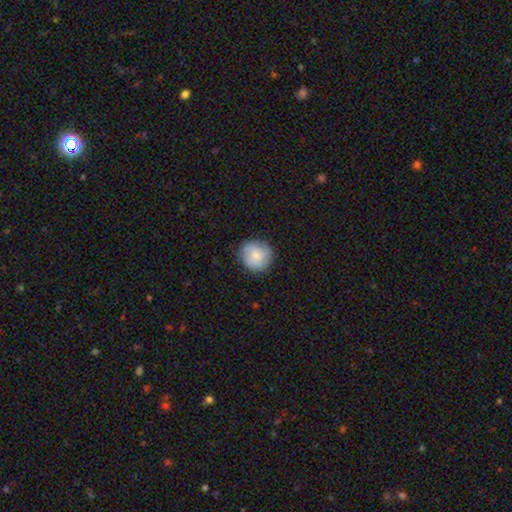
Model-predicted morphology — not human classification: Smooth or featured? smooth (71%)
How rounded? round (91%)
Merging? none (80%)